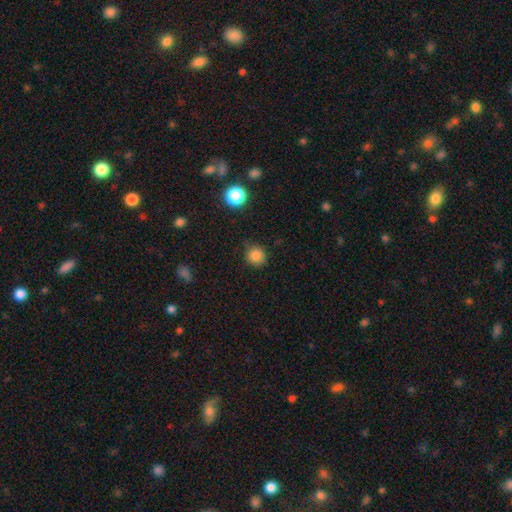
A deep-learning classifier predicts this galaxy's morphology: The model was most divided on "merging": none: 82%, minor disturbance: 13%, major disturbance: 3%, merger: 2%. More confident: how rounded — round (91%); smooth or featured — smooth (84%).